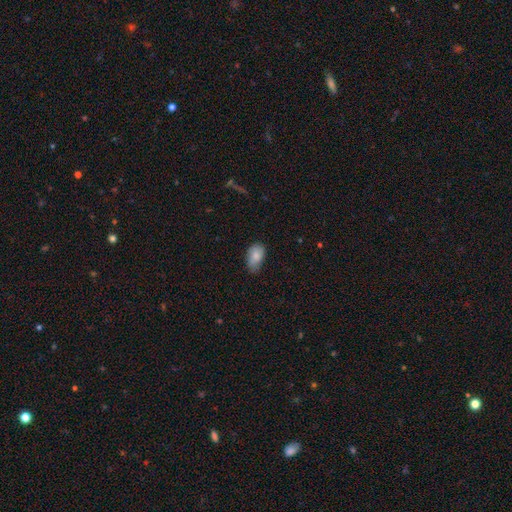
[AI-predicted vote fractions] Smooth or featured: smooth — 83% (featured or disk — 10%)
How rounded: in between — 91% (round — 7%)
Merging: none — 54% (minor disturbance — 38%)